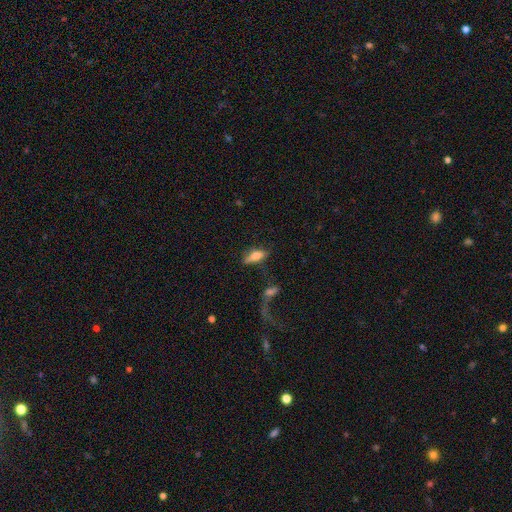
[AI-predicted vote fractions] A smooth galaxy with no disk features (64%) that is in between round and cigar-shaped (65%). Merging: none (49%).